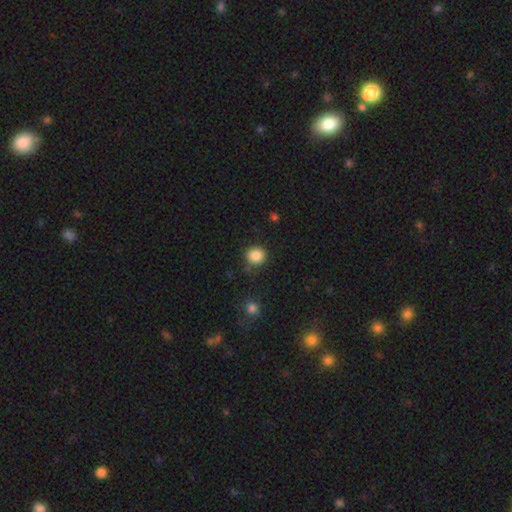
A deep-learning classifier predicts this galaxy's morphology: Overall: smooth (86%). How rounded: round (88%). Merging: none (84%).